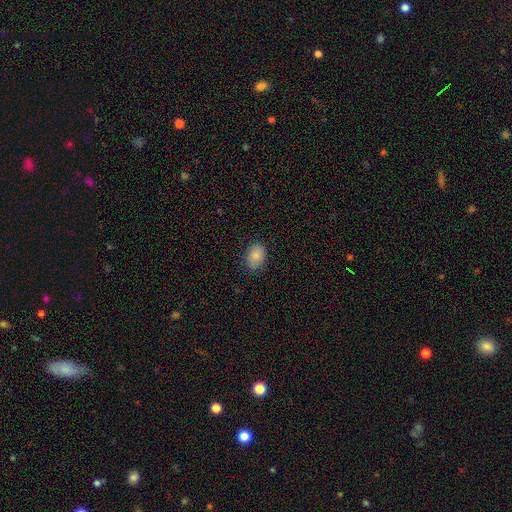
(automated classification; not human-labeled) Morphology: type=smooth (86%); roundness=in between (78%); merging=none (80%).